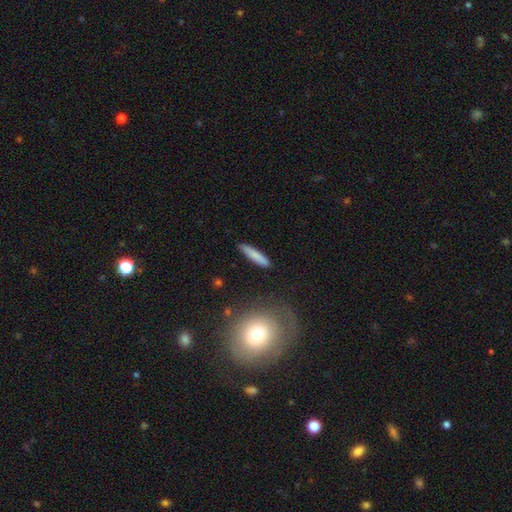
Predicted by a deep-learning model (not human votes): Smooth or featured? smooth (80%)
How rounded? cigar-shaped (87%)
Merging? none (87%)